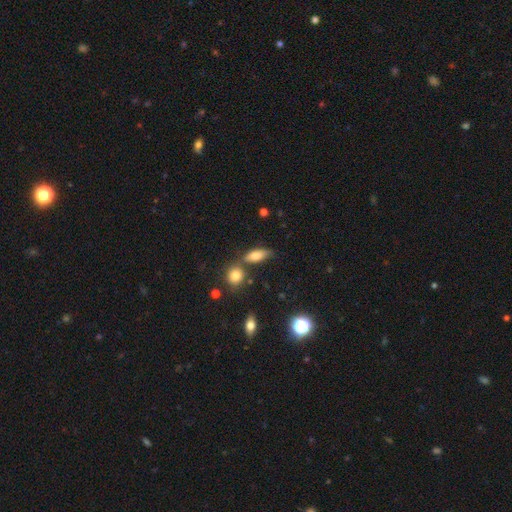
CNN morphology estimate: smooth_or_featured: smooth (p=0.76) [alt: featured or disk p=0.14]
how_rounded: in between (p=0.76) [alt: cigar-shaped p=0.19]
merging: none (p=0.60) [alt: minor disturbance p=0.18]